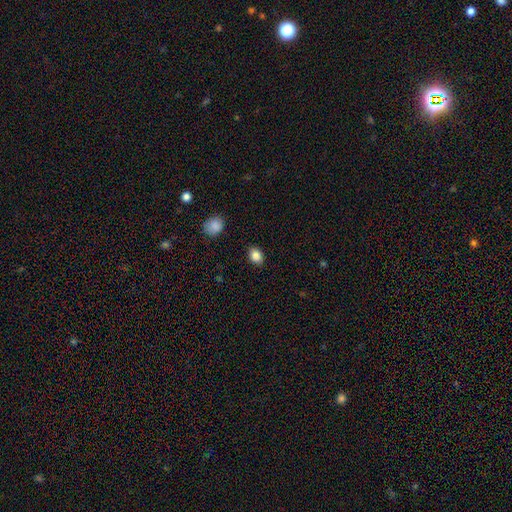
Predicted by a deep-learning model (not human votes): smooth-or-featured: smooth: 85% | star or artifact: 10% | featured or disk: 5%
  how-rounded: in between: 60% | round: 39% | cigar-shaped: 1%
  merging: none: 89% | minor disturbance: 8% | major disturbance: 2% | merger: 1%